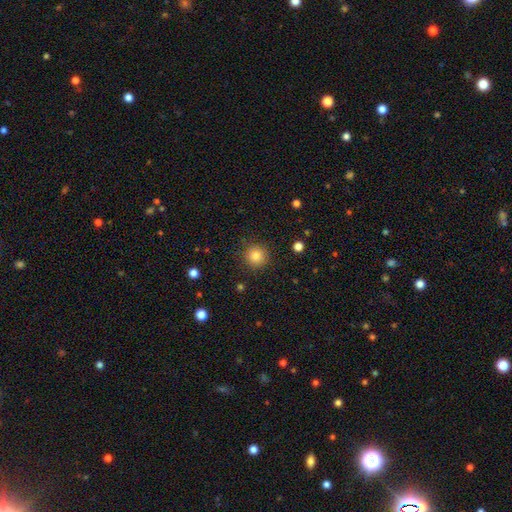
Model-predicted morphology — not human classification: A smooth galaxy with no disk features (84%) that is round (94%). Merging: none (89%).